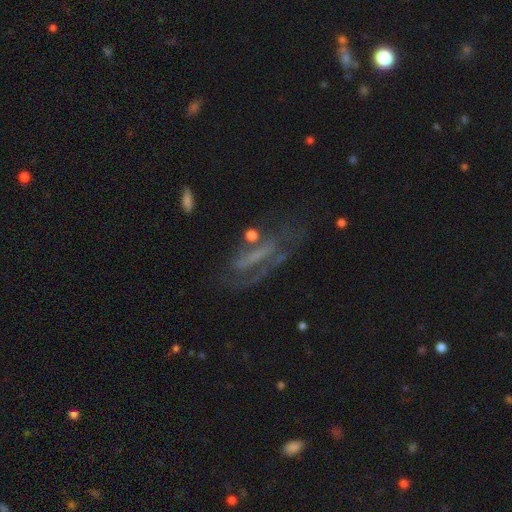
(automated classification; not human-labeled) A featured or disk galaxy (63%). Merging: none (46%).